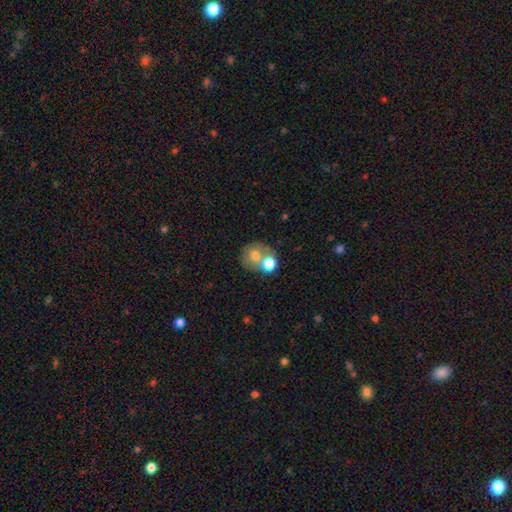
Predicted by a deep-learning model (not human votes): smooth_or_featured: smooth (p=0.69) [alt: featured or disk p=0.20]
how_rounded: round (p=0.76) [alt: in between p=0.23]
merging: merger (p=0.47) [alt: none p=0.39]